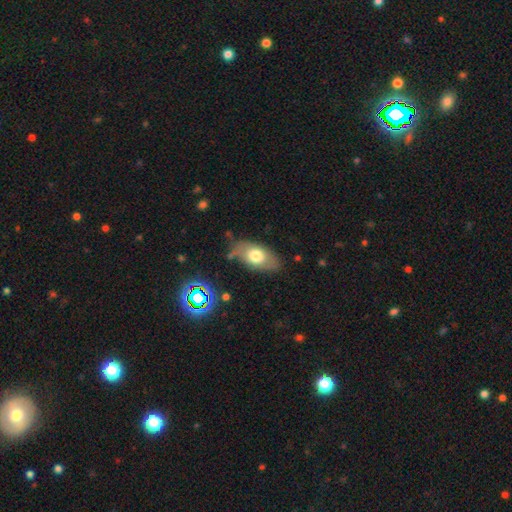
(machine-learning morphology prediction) The model was most divided on "smooth or featured": smooth: 66%, featured or disk: 25%, star or artifact: 9%. More confident: how rounded — in between (88%); merging — none (67%).